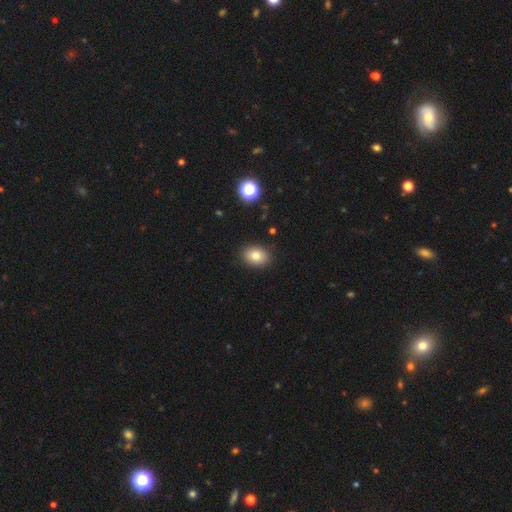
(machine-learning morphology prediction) A smooth galaxy with no disk features (80%) that is in between round and cigar-shaped (71%).

Vote fractions:
- Smooth or featured? smooth: 80% / star or artifact: 10% / featured or disk: 10%
- How rounded? in between: 71% / round: 28% / cigar-shaped: 1%
- Merging? none: 89% / minor disturbance: 8% / major disturbance: 2% / merger: 1%